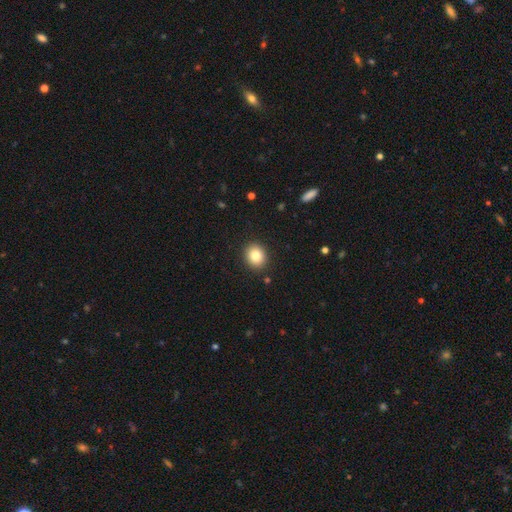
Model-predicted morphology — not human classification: A smooth galaxy with no disk features (82%) that is round (70%). Merging: none (90%).